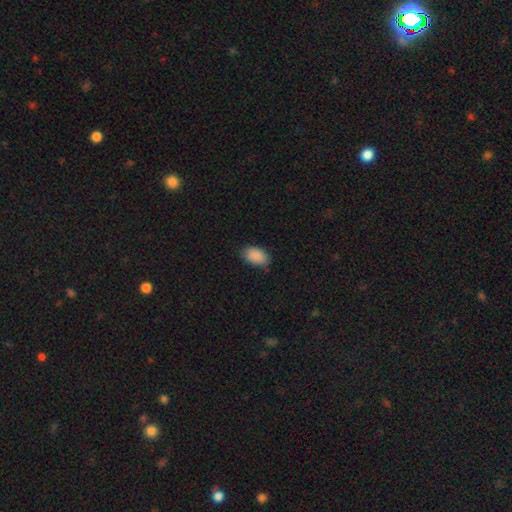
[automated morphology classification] Smooth or featured? smooth (90%)
How rounded? in between (92%)
Merging? none (81%)